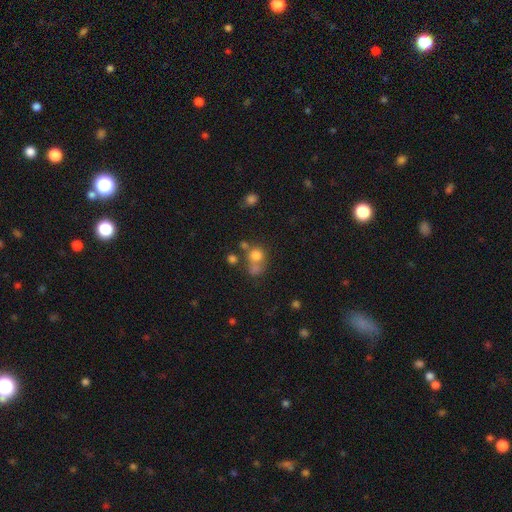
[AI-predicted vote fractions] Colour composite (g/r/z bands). It shows a smooth galaxy with no disk features (72%) that is round (80%). Merging: none (41%, tied with merger).